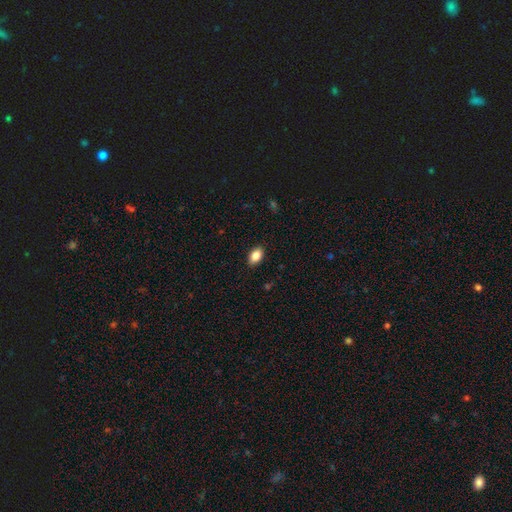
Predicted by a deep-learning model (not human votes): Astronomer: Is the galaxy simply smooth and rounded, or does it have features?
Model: smooth — 87%.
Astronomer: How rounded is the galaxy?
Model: in between — 90%.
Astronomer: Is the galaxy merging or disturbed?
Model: none — 89%.